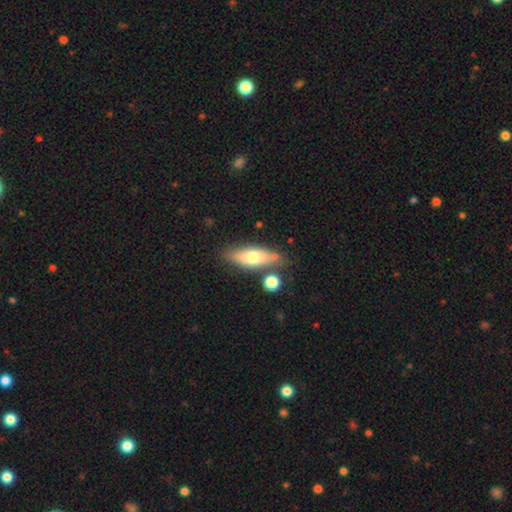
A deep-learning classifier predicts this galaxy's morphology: Overall: smooth (60%; featured or disk 33%). How rounded: in between (62%; cigar-shaped 34%). Merging: none (73%).